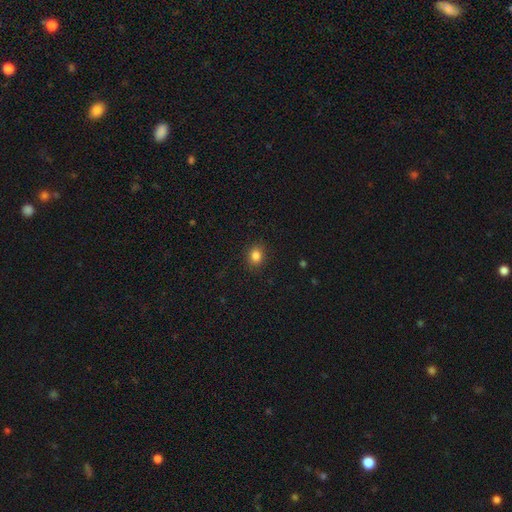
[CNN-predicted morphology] Smooth or featured: smooth — 83% (star or artifact — 11%)
How rounded: round — 61% (in between — 38%)
Merging: none — 89% (minor disturbance — 8%)